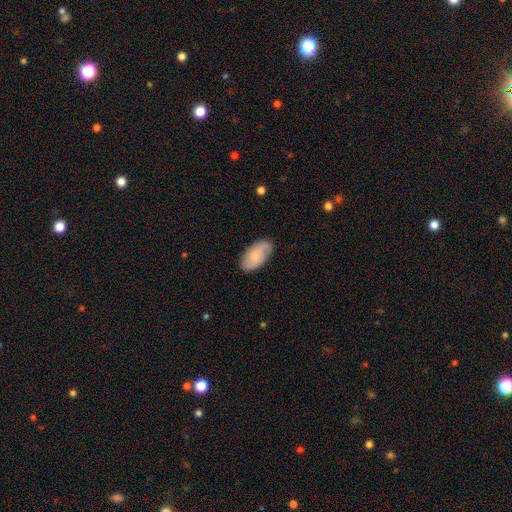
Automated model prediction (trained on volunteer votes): Q: Smooth or featured?
A: smooth (55%); runner-up: featured or disk (38%)
Q: How rounded?
A: in between (94%); runner-up: round (3%)
Q: Merging?
A: none (75%); runner-up: minor disturbance (19%)